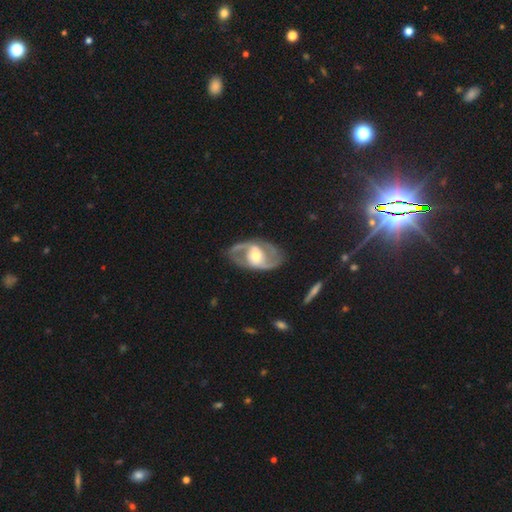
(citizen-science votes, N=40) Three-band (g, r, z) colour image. It shows a featured or disk galaxy (72%) with no bar (46%), 2 (60%) medium (45%) spiral arms (71%) and a moderate central bulge (50%). Merging: none (76%).